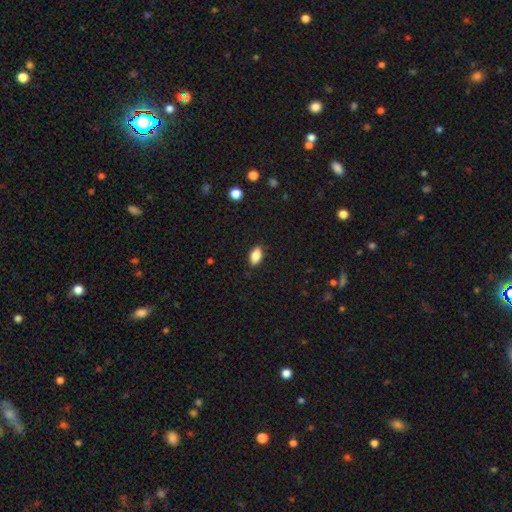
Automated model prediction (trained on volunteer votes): Morphology: type=smooth (84%); roundness=in between (90%); merging=none (87%).